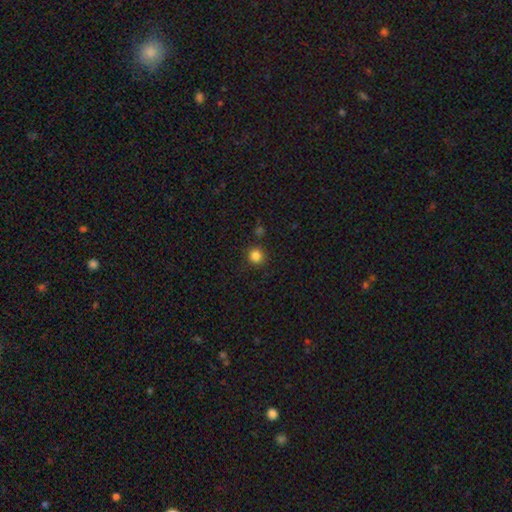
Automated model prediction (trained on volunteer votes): smooth-or-featured: smooth: 84% | star or artifact: 12% | featured or disk: 4%
  how-rounded: round: 93% | in between: 6% | cigar-shaped: 1%
  merging: none: 88% | minor disturbance: 7% | merger: 3% | major disturbance: 2%